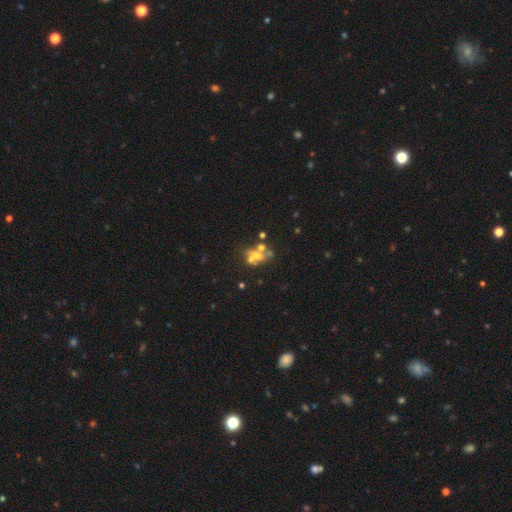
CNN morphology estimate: smooth-or-featured: featured or disk: 41% | smooth: 33% | star or artifact: 26%
  merging: none: 37% (tied) | merger: 37% (tied) | major disturbance: 13% | minor disturbance: 12%